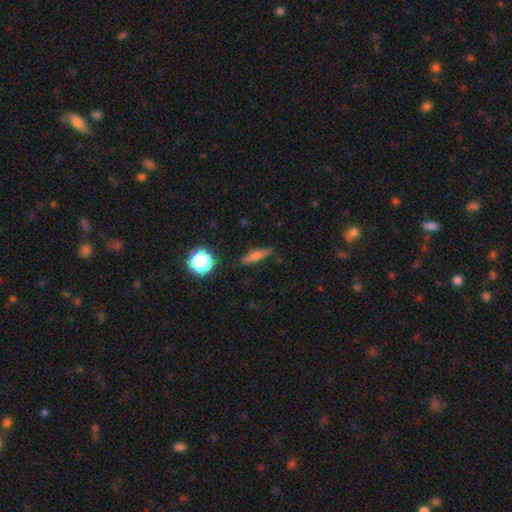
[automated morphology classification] Smooth or featured? smooth (63%)
How rounded? cigar-shaped (69%)
Merging? none (83%)